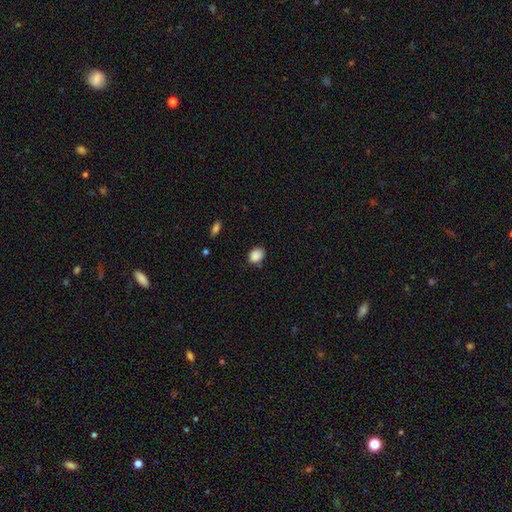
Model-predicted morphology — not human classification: Smooth or featured: smooth — 88% (star or artifact — 9%)
How rounded: in between — 62% (round — 37%)
Merging: none — 70% (minor disturbance — 23%)